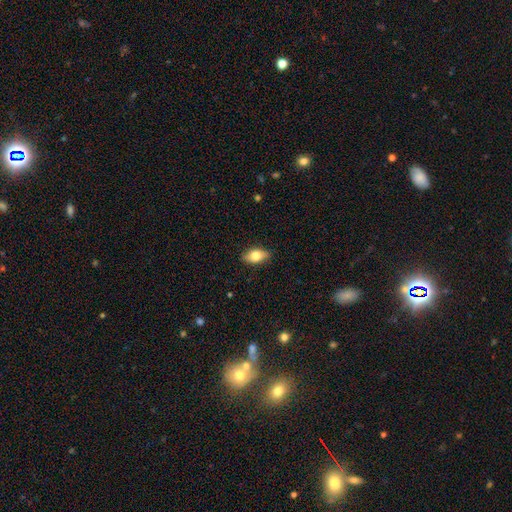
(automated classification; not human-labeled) This is likely a smooth galaxy (73%). How rounded: clearly in between (87%). Merging: clearly none (85%).